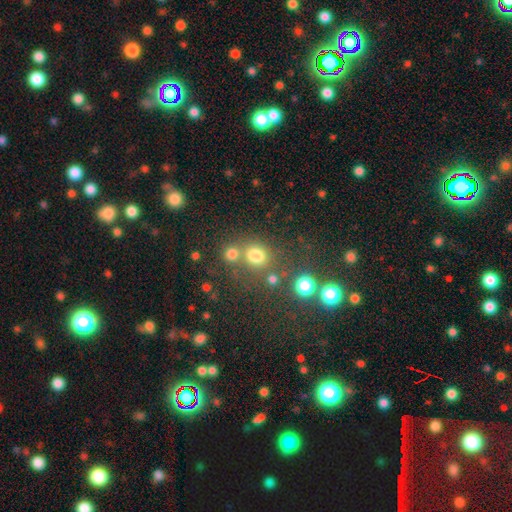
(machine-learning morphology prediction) The model was most divided on "merging": none: 56%, merger: 28%, minor disturbance: 10%, major disturbance: 6%. More confident: how rounded — round (74%); smooth or featured — smooth (74%).